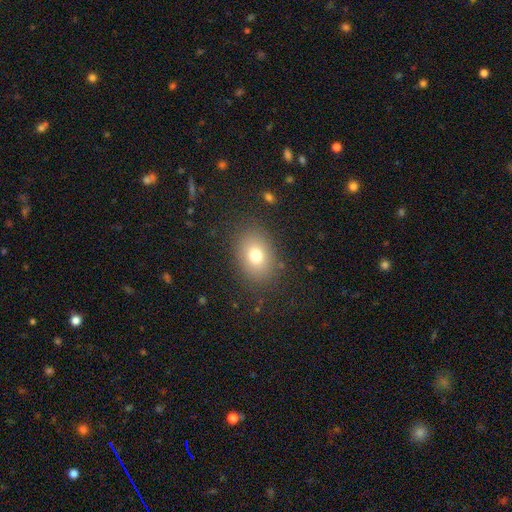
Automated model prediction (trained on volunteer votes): Smooth or featured?
  - smooth: 75% *
  - featured or disk: 12%
  - star or artifact: 12%
How rounded?
  - in between: 68% *
  - round: 31%
  - cigar-shaped: 1%
Merging?
  - none: 85% *
  - minor disturbance: 10%
  - major disturbance: 4%
  - merger: 1%